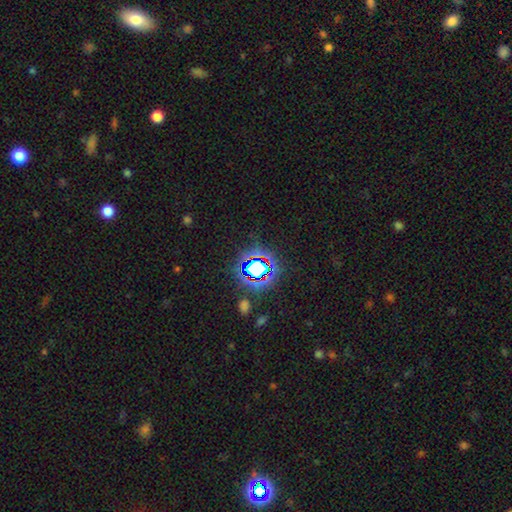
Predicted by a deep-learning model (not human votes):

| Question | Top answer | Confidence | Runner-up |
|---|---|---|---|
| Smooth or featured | star or artifact | 80% | smooth (13%) |